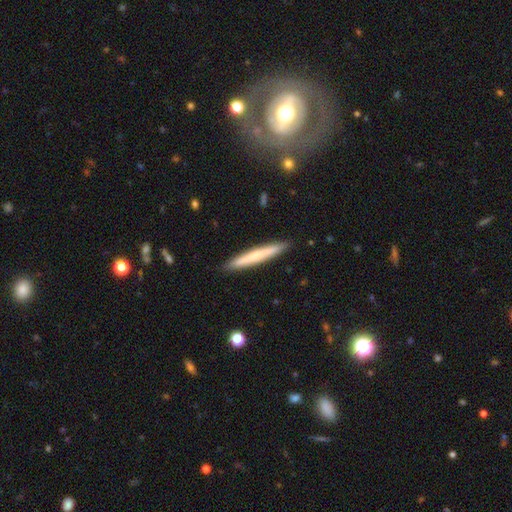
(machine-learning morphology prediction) smooth_or_featured: smooth (p=0.63) [alt: featured or disk p=0.31]
how_rounded: cigar-shaped (p=0.96) [alt: in between p=0.03]
merging: none (p=0.91) [alt: minor disturbance p=0.07]